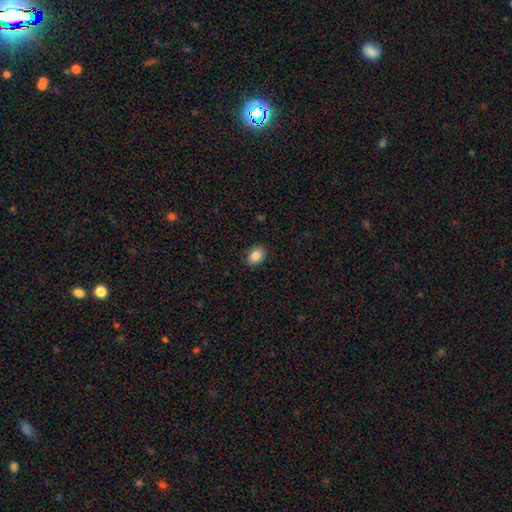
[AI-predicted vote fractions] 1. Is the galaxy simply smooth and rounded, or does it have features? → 87% smooth, 8% star or artifact, 5% featured or disk.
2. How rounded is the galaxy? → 76% in between, 23% round, 1% cigar-shaped.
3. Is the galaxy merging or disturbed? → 86% none, 10% minor disturbance, 2% major disturbance, 1% merger.